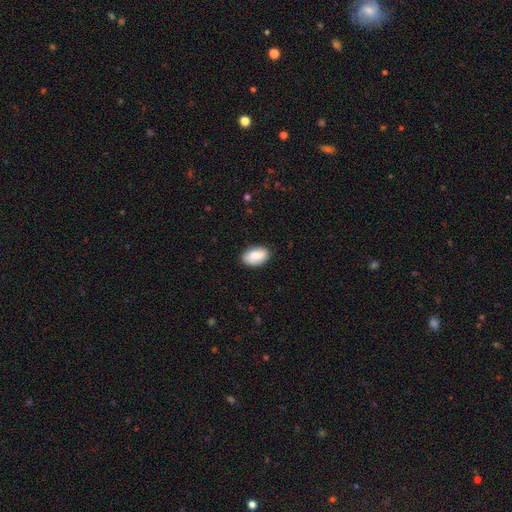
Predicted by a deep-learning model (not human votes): Smooth or featured? smooth (85%)
How rounded? in between (93%)
Merging? none (86%)